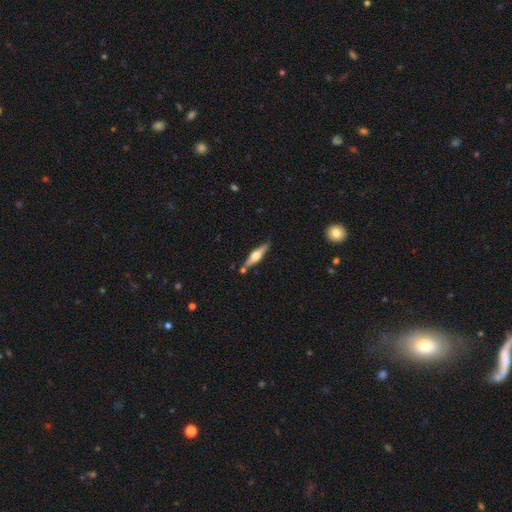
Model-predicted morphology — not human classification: type=featured or disk (63%); edge-on=yes (96%); edge-on bulge=rounded (91%); merging=none (80%).